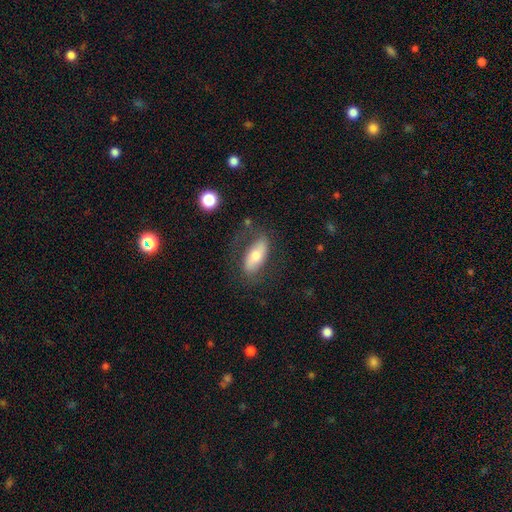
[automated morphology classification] This is possibly a smooth galaxy (56%). How rounded: clearly in between (81%). Merging: likely none (65%).